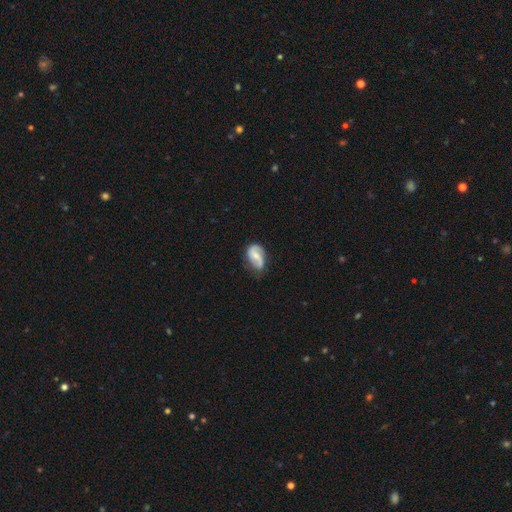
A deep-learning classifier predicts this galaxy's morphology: Q: Smooth or featured?
A: featured or disk (66%); runner-up: smooth (28%)
Q: Edge-on disk?
A: no (97%); runner-up: yes (3%)
Q: Bar?
A: weak (43%); runner-up: no (32%)
Q: Spiral arms?
A: yes (88%); runner-up: no (12%)
Q: Spiral winding?
A: medium (40%); runner-up: loose (39%)
Q: Spiral arm count?
A: 2 (79%); runner-up: 1 (10%)
Q: Bulge size?
A: small (46%); runner-up: moderate (41%)
Q: Merging?
A: none (57%); runner-up: minor disturbance (31%)